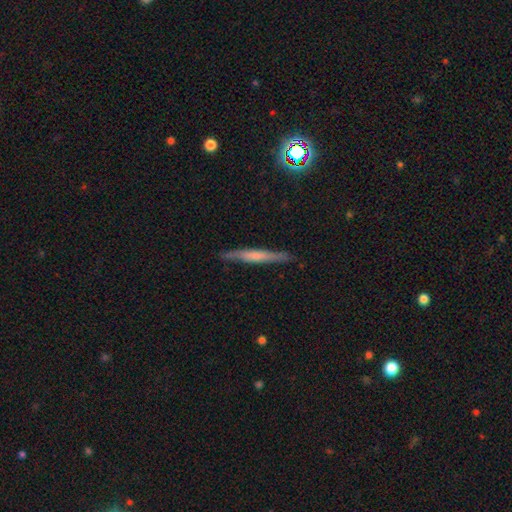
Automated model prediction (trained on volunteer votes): smooth-or-featured: featured or disk: 50% | smooth: 43% | star or artifact: 7%
  merging: none: 87% | minor disturbance: 10% | major disturbance: 2% | merger: 1%